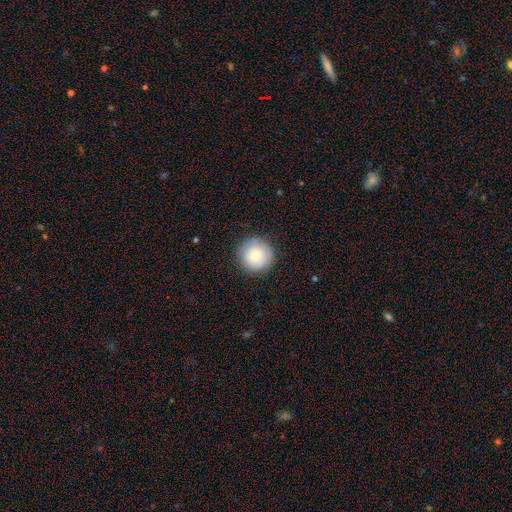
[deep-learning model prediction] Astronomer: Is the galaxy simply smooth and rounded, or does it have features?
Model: smooth — 72%.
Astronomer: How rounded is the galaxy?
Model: round — 96%.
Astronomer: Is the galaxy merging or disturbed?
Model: none — 87%.